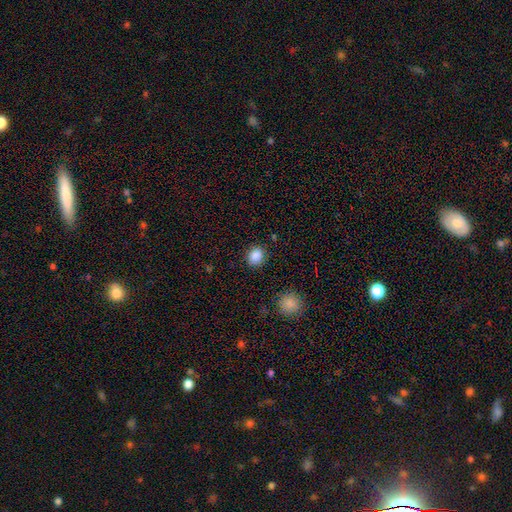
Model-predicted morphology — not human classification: smooth_or_featured: smooth (p=0.87) [alt: star or artifact p=0.09]
how_rounded: round (p=0.60) [alt: in between p=0.39]
merging: none (p=0.85) [alt: minor disturbance p=0.10]